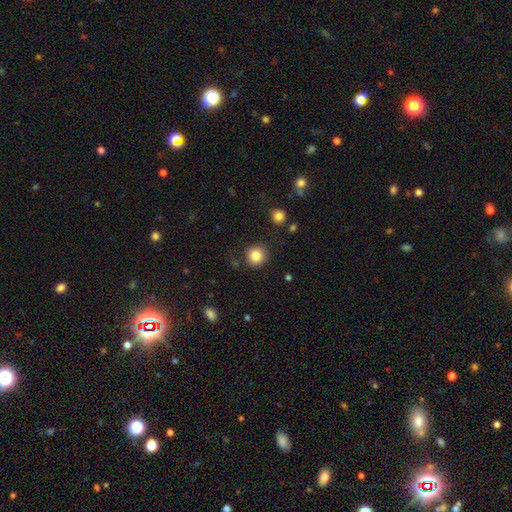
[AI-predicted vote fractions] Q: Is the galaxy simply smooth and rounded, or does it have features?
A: smooth — 84%.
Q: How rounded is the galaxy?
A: round — 92%.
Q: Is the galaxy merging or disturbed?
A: none — 87%.